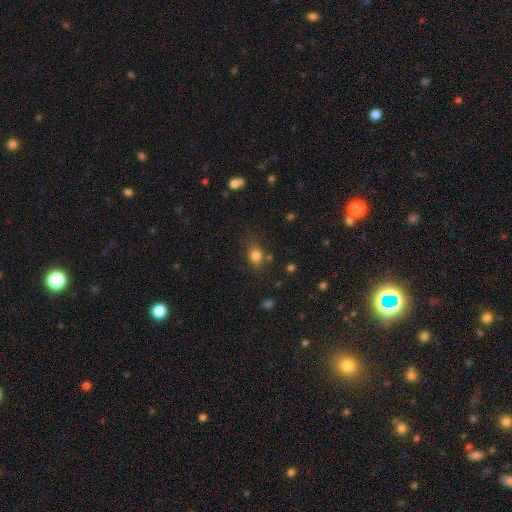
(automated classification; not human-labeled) Q: Smooth or featured?
A: smooth (81%); runner-up: star or artifact (12%)
Q: How rounded?
A: in between (52%); runner-up: round (47%)
Q: Merging?
A: none (71%); runner-up: minor disturbance (17%)